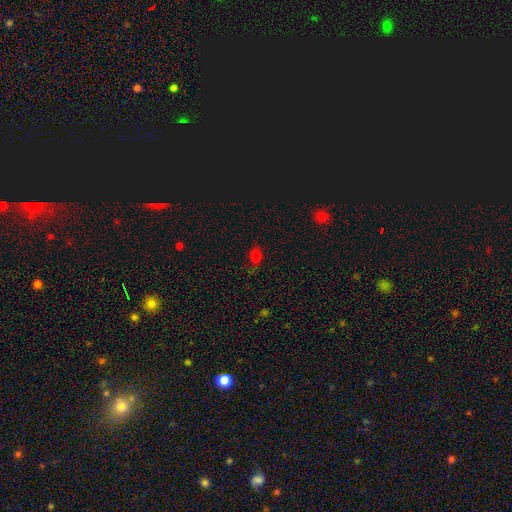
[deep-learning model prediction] Morphology: type=smooth (67%); roundness=in between (65%); merging=none (57%).